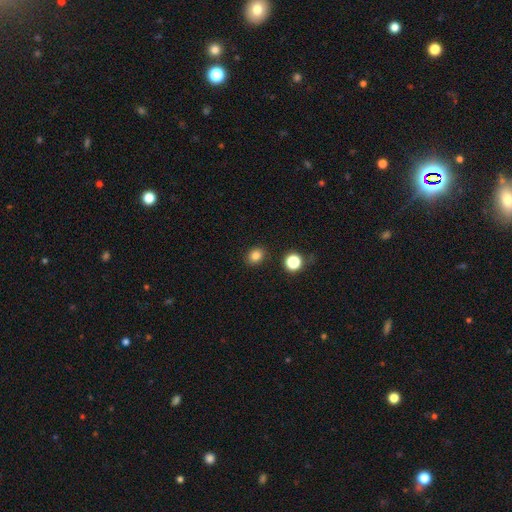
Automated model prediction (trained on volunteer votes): Smooth or featured?
  - smooth: 82% *
  - star or artifact: 13%
  - featured or disk: 5%
How rounded?
  - round: 64% *
  - in between: 35%
  - cigar-shaped: 1%
Merging?
  - none: 88% *
  - minor disturbance: 8%
  - major disturbance: 2%
  - merger: 2%